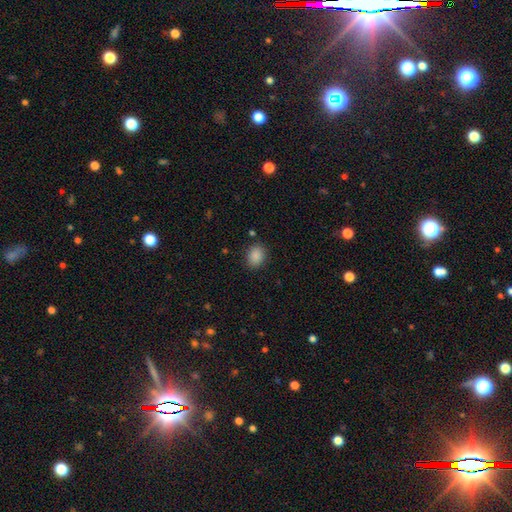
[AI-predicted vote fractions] Smooth or featured: smooth — 88% (star or artifact — 9%)
How rounded: in between — 56% (round — 43%)
Merging: none — 86% (minor disturbance — 10%)